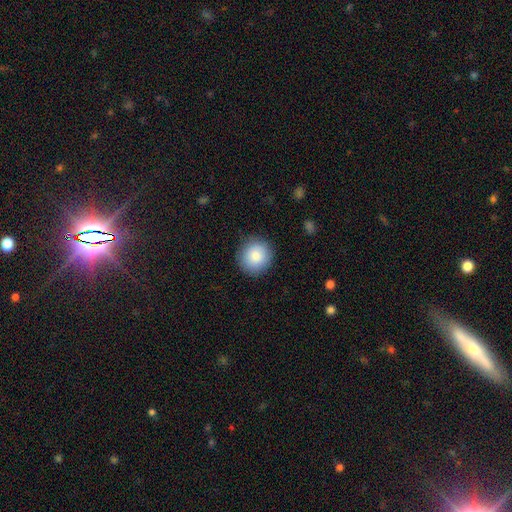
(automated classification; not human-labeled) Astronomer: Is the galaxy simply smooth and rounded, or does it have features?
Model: smooth — 83%.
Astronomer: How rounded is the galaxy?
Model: round — 91%.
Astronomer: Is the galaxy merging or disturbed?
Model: none — 89%.